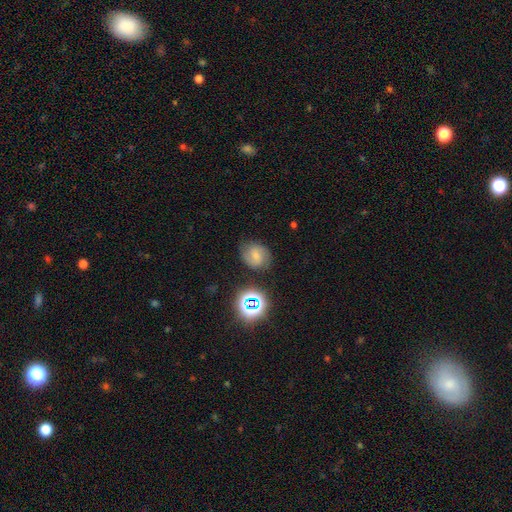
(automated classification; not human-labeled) A smooth galaxy with no disk features (44%). Merging: none (76%).